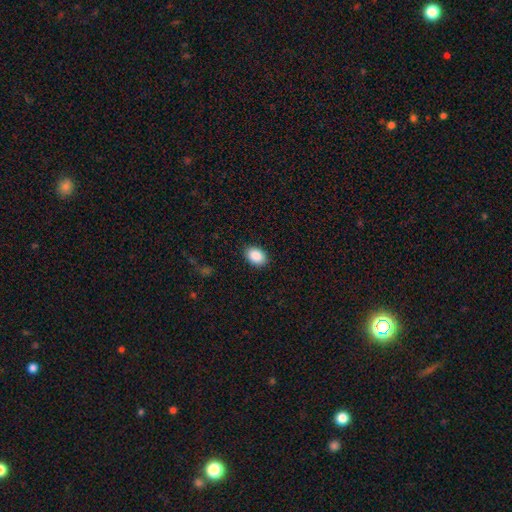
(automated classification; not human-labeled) Morphology: type=smooth (89%); roundness=in between (81%); merging=none (89%).